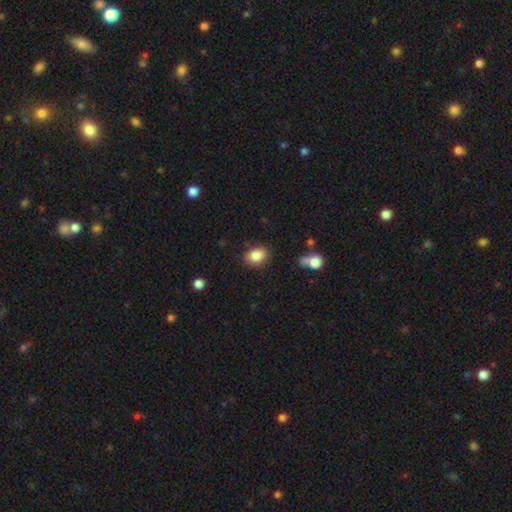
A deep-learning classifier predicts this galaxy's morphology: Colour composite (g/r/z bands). It shows a smooth galaxy with no disk features (85%) that is in between round and cigar-shaped (61%). Merging: none (83%).